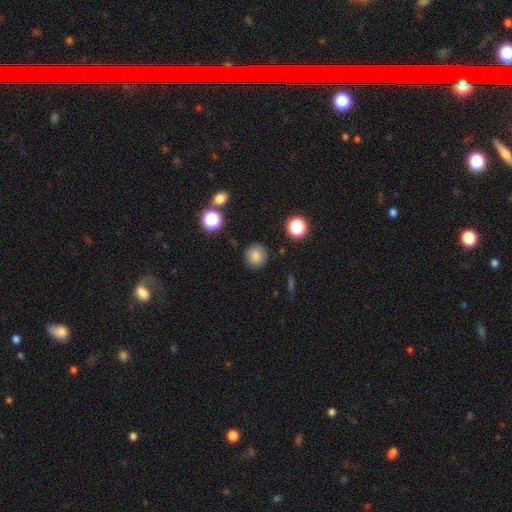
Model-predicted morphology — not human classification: type=smooth (82%); roundness=round (91%); merging=none (88%).